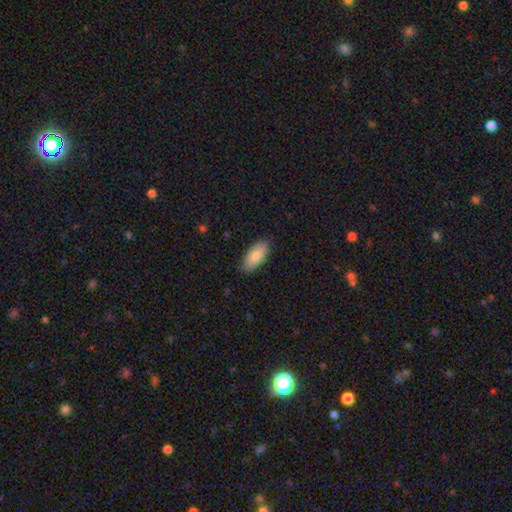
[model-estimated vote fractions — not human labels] Smooth or featured: smooth — 83% (featured or disk — 11%)
How rounded: in between — 90% (cigar-shaped — 8%)
Merging: none — 85% (minor disturbance — 12%)